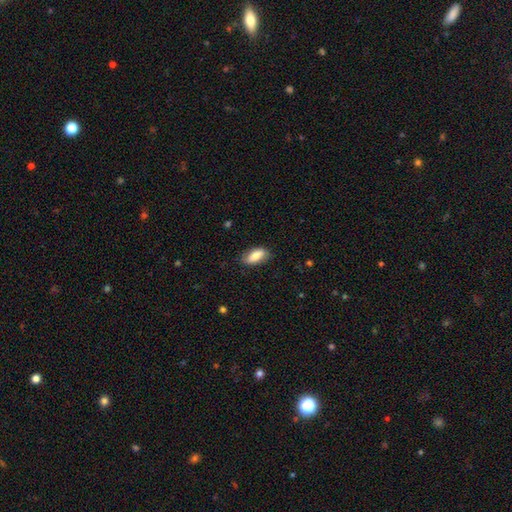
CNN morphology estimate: Q: Smooth or featured?
A: smooth (80%); runner-up: featured or disk (13%)
Q: How rounded?
A: in between (87%); runner-up: cigar-shaped (10%)
Q: Merging?
A: none (79%); runner-up: minor disturbance (16%)